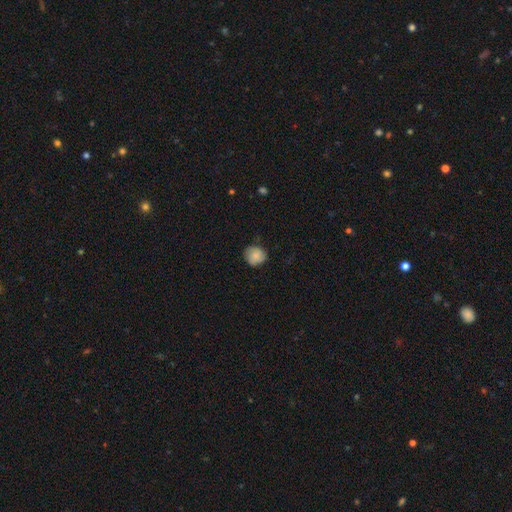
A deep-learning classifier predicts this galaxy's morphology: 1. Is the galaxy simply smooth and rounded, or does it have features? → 81% smooth, 12% featured or disk, 8% star or artifact.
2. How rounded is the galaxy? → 82% round, 17% in between, 1% cigar-shaped.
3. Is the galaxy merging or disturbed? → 74% none, 21% minor disturbance, 4% major disturbance, 1% merger.